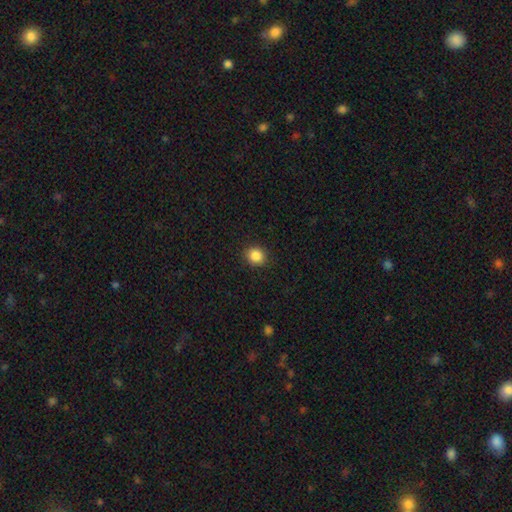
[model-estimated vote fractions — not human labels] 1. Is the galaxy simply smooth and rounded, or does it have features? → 86% smooth, 10% star or artifact, 4% featured or disk.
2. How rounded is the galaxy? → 77% round, 22% in between, 1% cigar-shaped.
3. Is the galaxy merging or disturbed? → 90% none, 7% minor disturbance, 2% major disturbance, 1% merger.